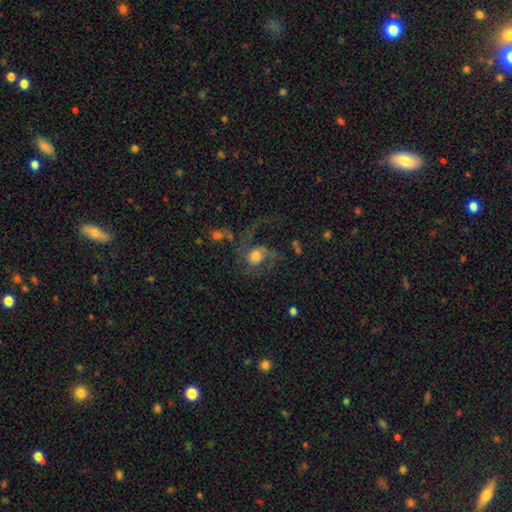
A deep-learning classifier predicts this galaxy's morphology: Smooth or featured? featured or disk (67%)
Edge-on disk? no (97%)
Bar? no (74%)
Spiral arms? yes (85%)
Spiral winding? loose (47%)
Spiral arm count? 2 (42%)
Bulge size? moderate (51%)
Merging? major disturbance (44%)